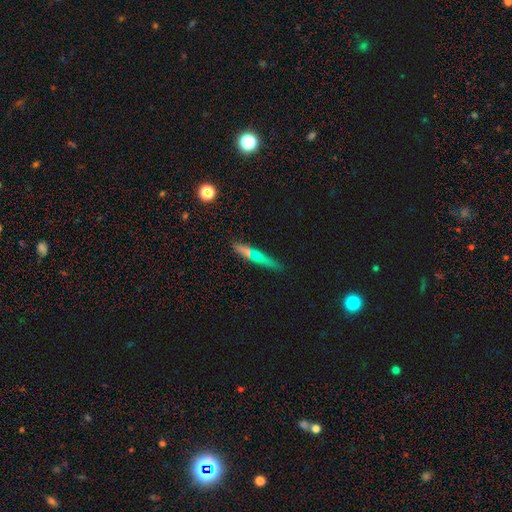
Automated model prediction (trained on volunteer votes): Morphology: type=smooth (56%); roundness=cigar-shaped (85%); merging=none (82%).